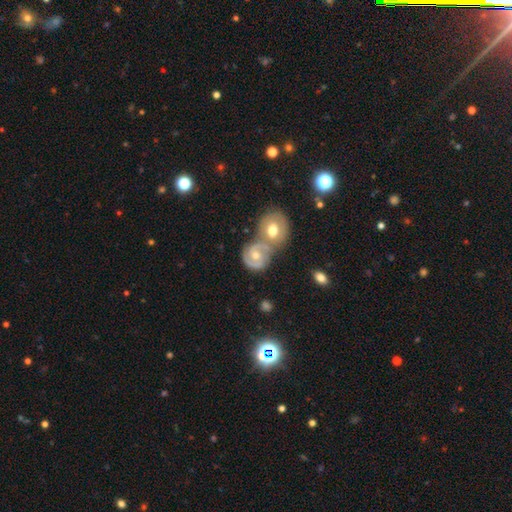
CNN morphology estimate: Overall: featured or disk (74%). Edge-on disk: no (97%). Bar: no (70%). Spiral arms: yes (91%). Spiral arm count: 2 (76%). Spiral winding: tight (51%; medium 40%). Bulge size: moderate (70%). Merging: merger (54%; none 30%).